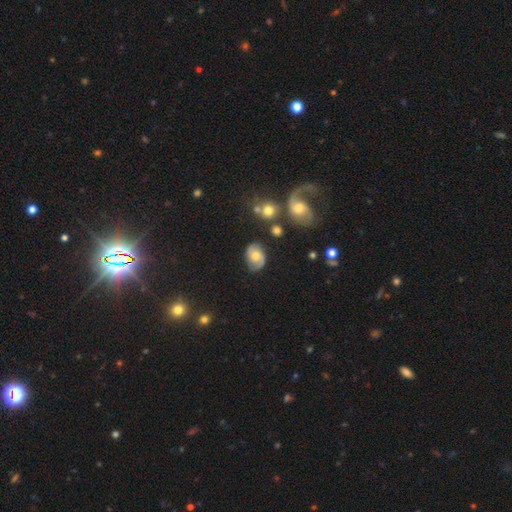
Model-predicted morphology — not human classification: type=featured or disk (59%); edge-on=no (96%); bar=no (68%); spiral arms=yes (84%); bulge=moderate (72%); merging=none (74%).